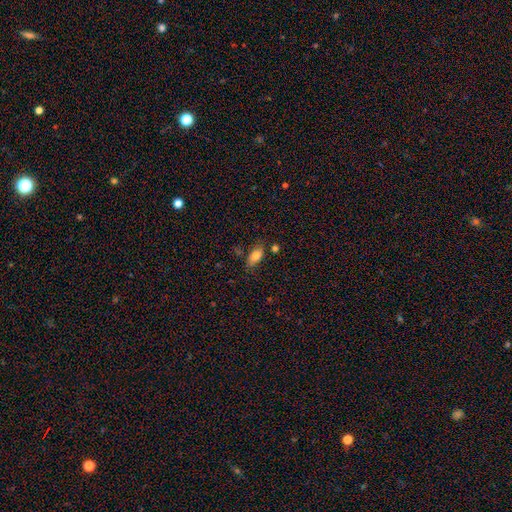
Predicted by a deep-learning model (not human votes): This appears to be a smooth galaxy with no disk features (80%) that is in between round and cigar-shaped (87%). Merging: none (72%).